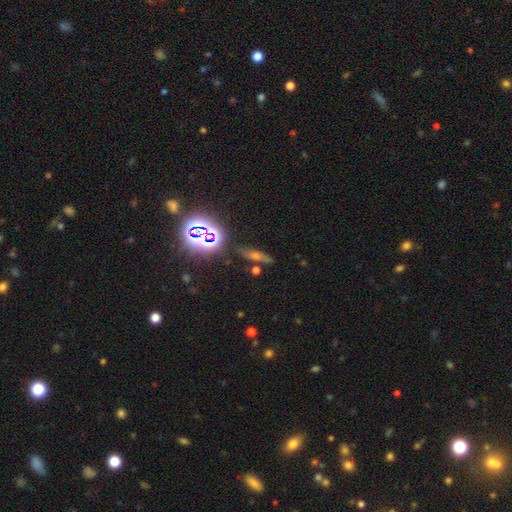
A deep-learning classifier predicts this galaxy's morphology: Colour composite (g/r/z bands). It shows a star or artifact, not a galaxy (36%).